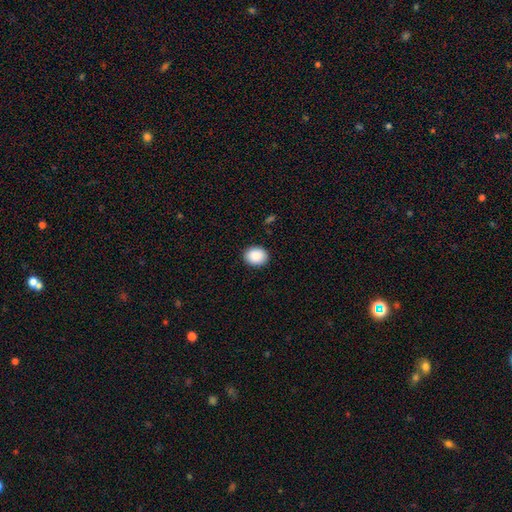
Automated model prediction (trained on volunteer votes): smooth 90%, star or artifact 7%, featured or disk 3%. Down the decision tree: how rounded — round (50%); merging — none (90%).